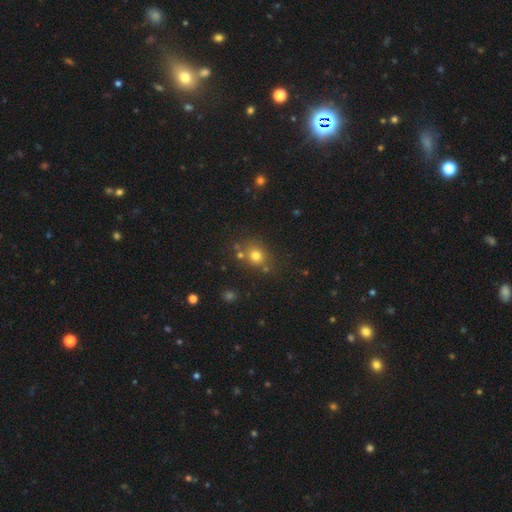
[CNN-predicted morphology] smooth-or-featured: smooth: 74% | star or artifact: 17% | featured or disk: 9%
  how-rounded: round: 75% | in between: 24% | cigar-shaped: 1%
  merging: none: 72% | minor disturbance: 12% | merger: 11% | major disturbance: 5%